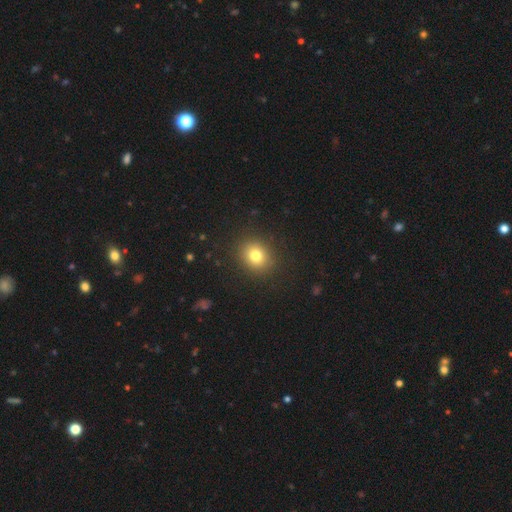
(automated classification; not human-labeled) Smooth or featured? smooth (78%)
How rounded? round (74%)
Merging? none (89%)